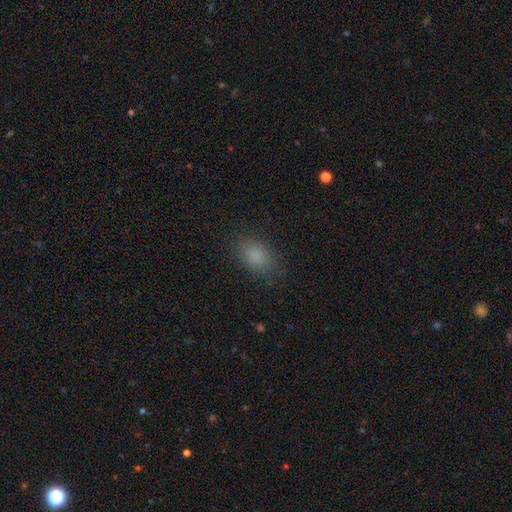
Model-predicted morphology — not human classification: Smooth or featured?
  - smooth: 83% *
  - star or artifact: 12%
  - featured or disk: 5%
How rounded?
  - in between: 81% *
  - round: 17%
  - cigar-shaped: 2%
Merging?
  - none: 81% *
  - minor disturbance: 13%
  - major disturbance: 5%
  - merger: 1%